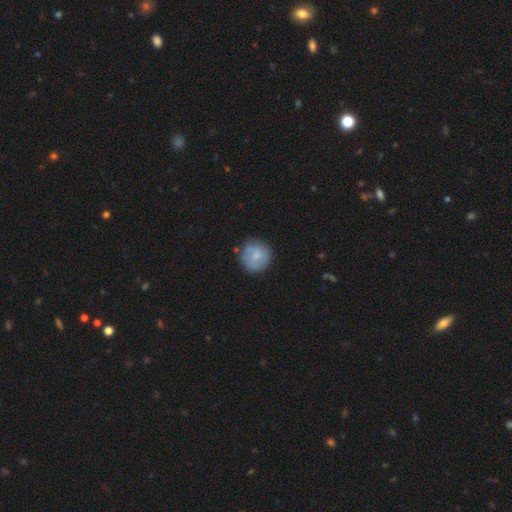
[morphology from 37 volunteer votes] Smooth or featured?
  - smooth: 65% *
  - featured or disk: 35%
  - star or artifact: 0%
How rounded?
  - round: 100% *
  - in between: 0%
  - cigar-shaped: 0%
Merging?
  - none: 73% *
  - minor disturbance: 14%
  - major disturbance: 8%
  - merger: 5%